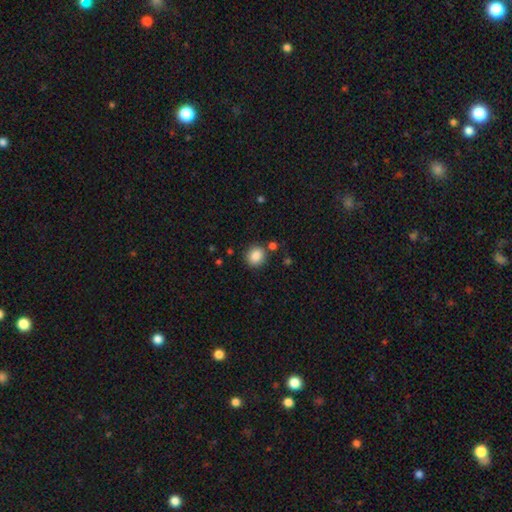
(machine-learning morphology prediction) The model was most divided on "how rounded": round: 80%, in between: 19%, cigar-shaped: 1%. More confident: smooth or featured — smooth (87%); merging — none (83%).